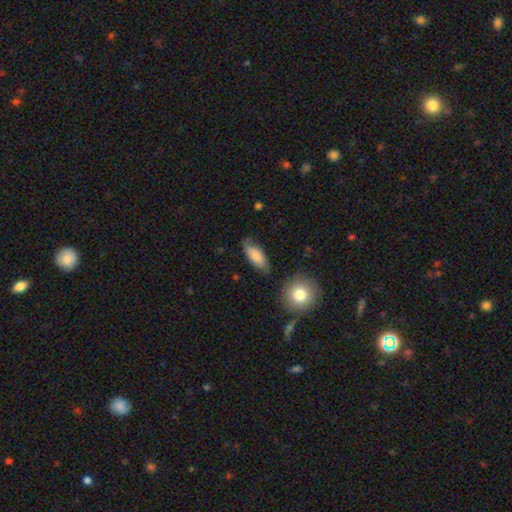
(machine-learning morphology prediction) The model was most divided on "merging": none: 73%, minor disturbance: 20%, major disturbance: 4%, merger: 3%. More confident: how rounded — in between (79%); smooth or featured — smooth (77%).